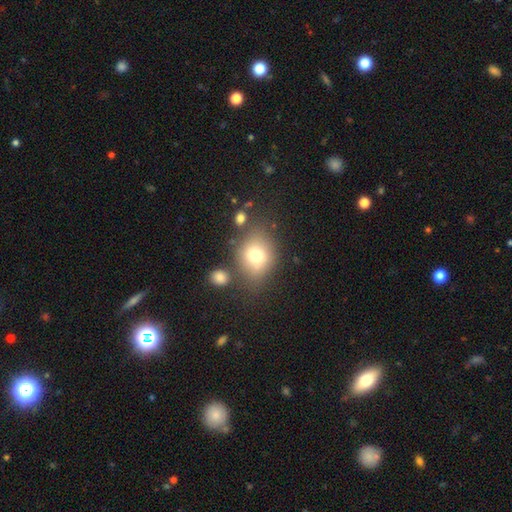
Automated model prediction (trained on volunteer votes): Smooth or featured? smooth (72%)
How rounded? round (52%)
Merging? none (66%)